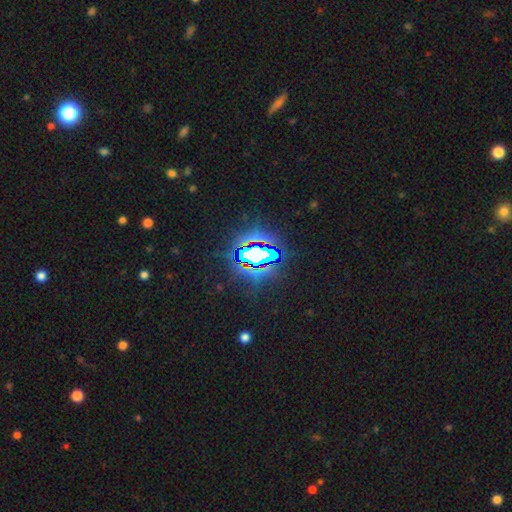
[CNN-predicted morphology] star or artifact 76%, smooth 13%, featured or disk 11%.